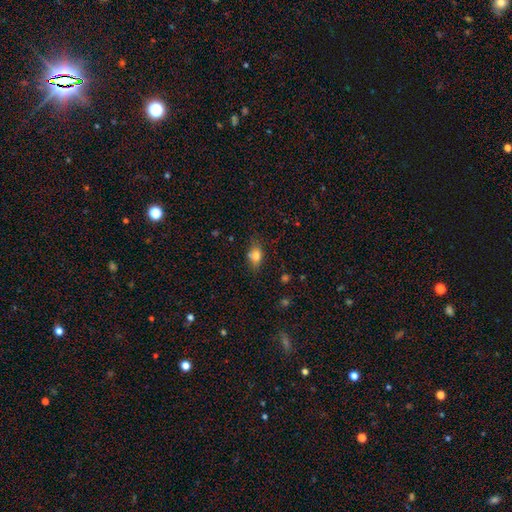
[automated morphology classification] Q: Smooth or featured?
A: smooth (77%); runner-up: featured or disk (12%)
Q: How rounded?
A: in between (77%); runner-up: round (19%)
Q: Merging?
A: none (66%); runner-up: minor disturbance (19%)